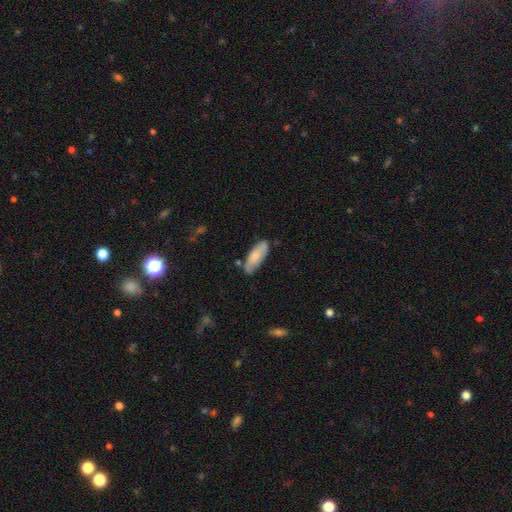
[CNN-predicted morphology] Smooth or featured? smooth (68%)
How rounded? in between (73%)
Merging? none (73%)